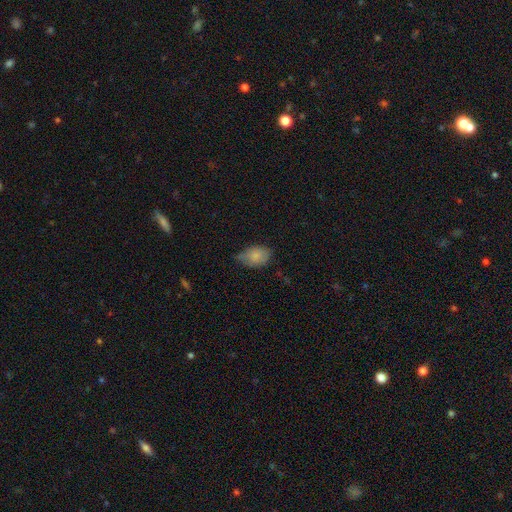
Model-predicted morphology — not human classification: Smooth or featured? smooth (79%)
How rounded? in between (83%)
Merging? none (44%, tied with minor disturbance)